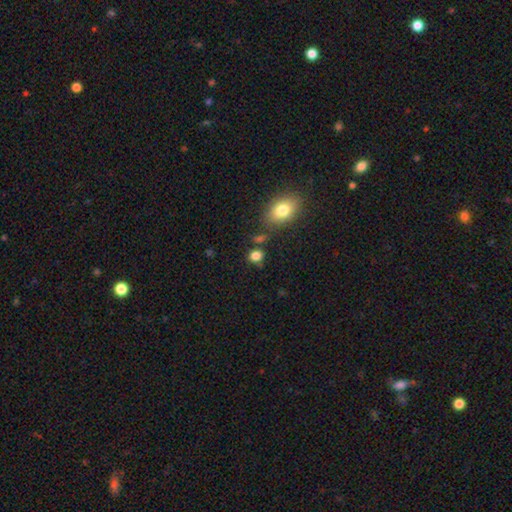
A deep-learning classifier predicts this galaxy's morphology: Smooth or featured: smooth — 83% (star or artifact — 12%)
How rounded: round — 63% (in between — 35%)
Merging: none — 70% (minor disturbance — 15%)